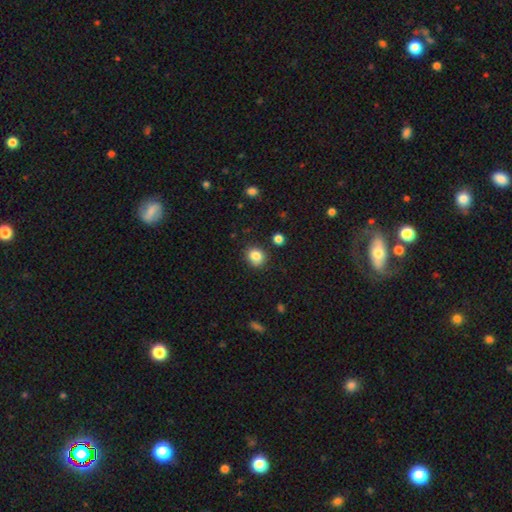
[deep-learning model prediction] Smooth or featured?
  - smooth: 84% *
  - star or artifact: 10%
  - featured or disk: 5%
How rounded?
  - round: 77% *
  - in between: 22%
  - cigar-shaped: 1%
Merging?
  - none: 84% *
  - minor disturbance: 11%
  - merger: 3%
  - major disturbance: 3%